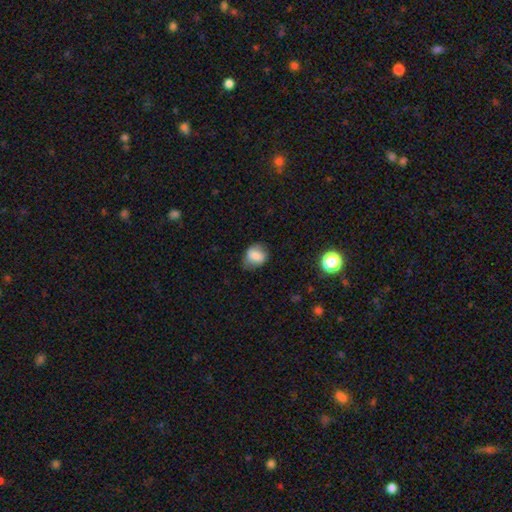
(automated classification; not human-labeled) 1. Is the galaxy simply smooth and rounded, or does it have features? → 76% smooth, 15% featured or disk, 9% star or artifact.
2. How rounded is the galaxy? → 51% round, 47% in between, 1% cigar-shaped.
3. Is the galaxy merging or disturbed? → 67% none, 25% minor disturbance, 7% major disturbance, 1% merger.